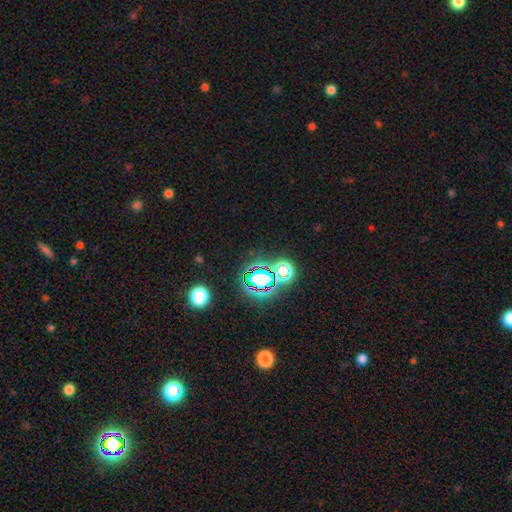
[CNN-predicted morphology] The model was most divided on "smooth or featured": star or artifact: 75%, smooth: 17%, featured or disk: 8%.